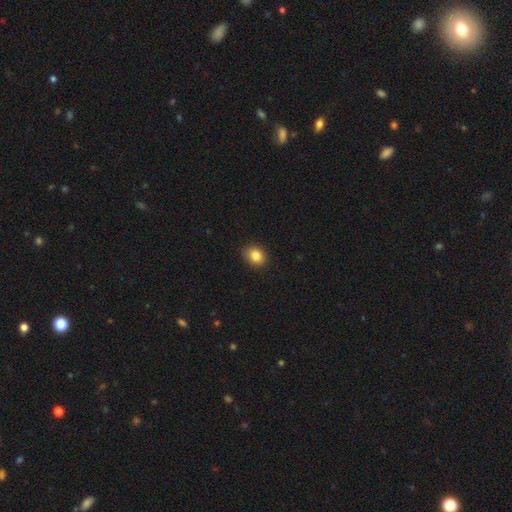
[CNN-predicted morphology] A smooth galaxy with no disk features (85%) that is round (55%). Merging: none (88%).